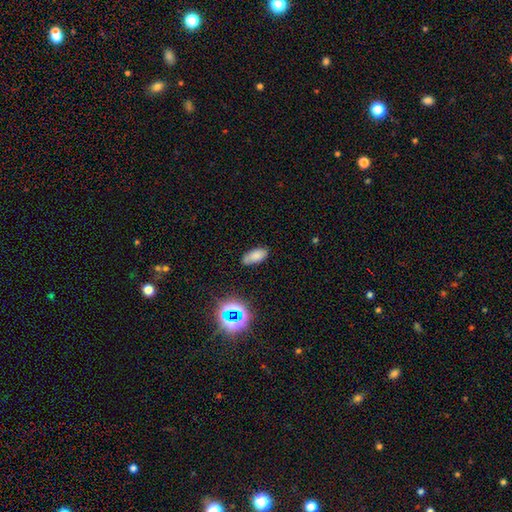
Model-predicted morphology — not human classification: Smooth or featured: smooth — 75% (star or artifact — 15%)
How rounded: in between — 89% (cigar-shaped — 7%)
Merging: none — 76% (minor disturbance — 18%)